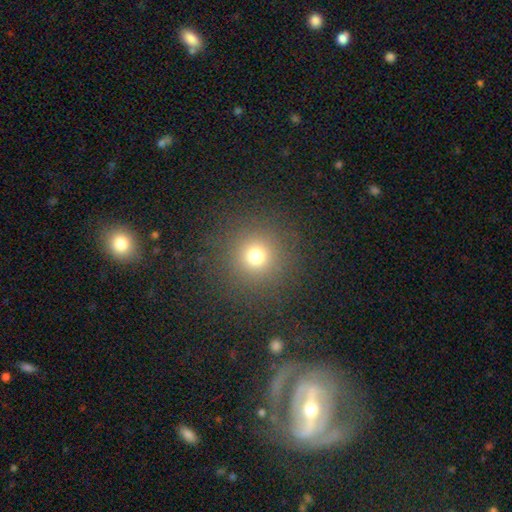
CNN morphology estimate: Smooth or featured? Predicted: smooth (p=0.71). How rounded? Predicted: round (p=0.94). Merging? Predicted: none (p=0.87).